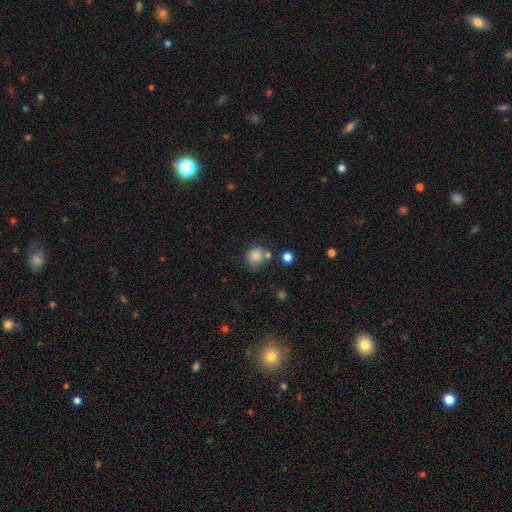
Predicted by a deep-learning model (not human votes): A smooth galaxy with no disk features (82%) that is round (86%). Merging: none (63%).